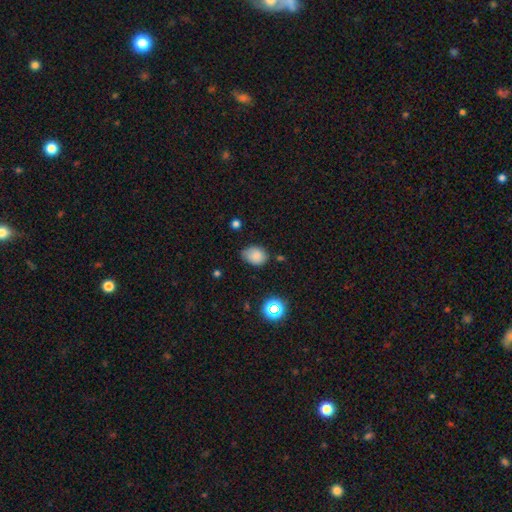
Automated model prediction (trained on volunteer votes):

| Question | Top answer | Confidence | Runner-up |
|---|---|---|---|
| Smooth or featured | smooth | 81% | star or artifact (11%) |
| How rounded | in between | 63% | round (36%) |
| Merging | none | 62% | minor disturbance (30%) |